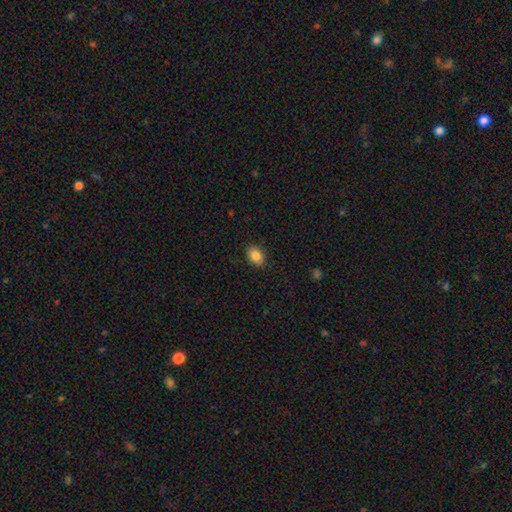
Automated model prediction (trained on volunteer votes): smooth-or-featured: smooth: 85% | star or artifact: 8% | featured or disk: 6%
  how-rounded: in between: 77% | round: 22% | cigar-shaped: 1%
  merging: none: 88% | minor disturbance: 9% | major disturbance: 2% | merger: 1%